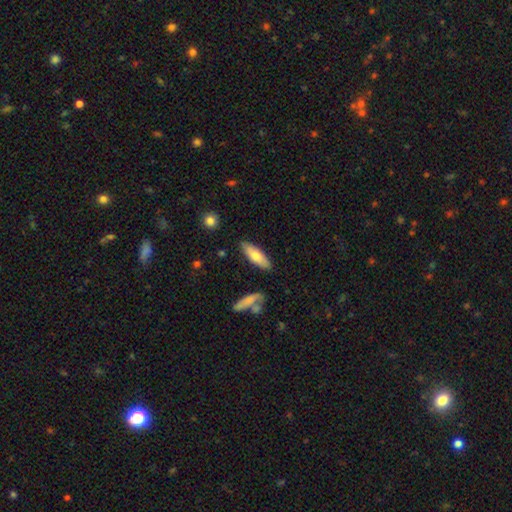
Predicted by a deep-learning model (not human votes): smooth_or_featured: smooth (p=0.71) [alt: featured or disk p=0.23]
how_rounded: in between (p=0.54) [alt: cigar-shaped p=0.44]
merging: none (p=0.84) [alt: minor disturbance p=0.11]